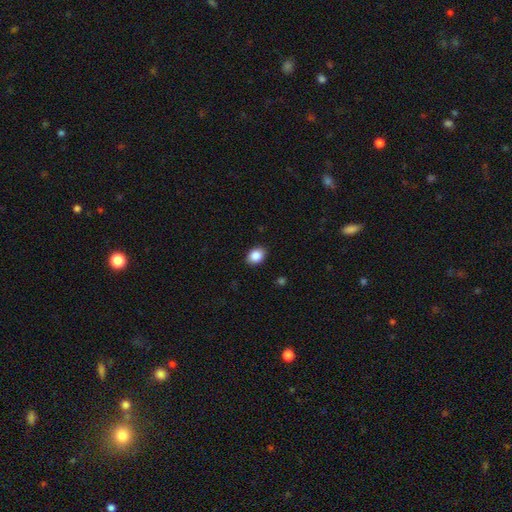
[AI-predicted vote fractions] Smooth or featured: smooth — 87% (star or artifact — 8%)
How rounded: in between — 65% (round — 34%)
Merging: none — 89% (minor disturbance — 8%)